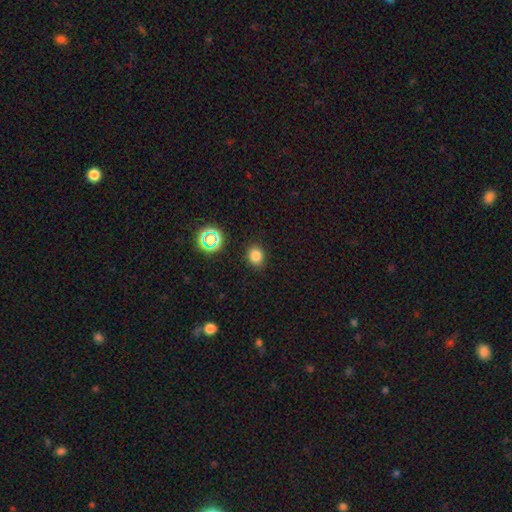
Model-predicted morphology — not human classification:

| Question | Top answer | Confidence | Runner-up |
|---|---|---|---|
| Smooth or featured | smooth | 80% | star or artifact (15%) |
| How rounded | round | 64% | in between (35%) |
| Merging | none | 88% | minor disturbance (8%) |